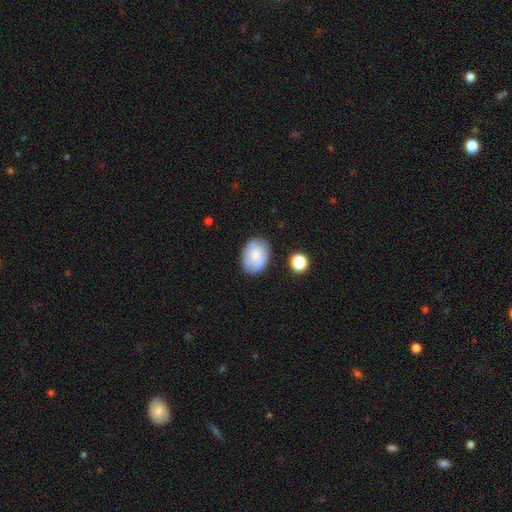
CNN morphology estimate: smooth-or-featured: smooth: 73% | featured or disk: 19% | star or artifact: 8%
  how-rounded: in between: 73% | round: 26% | cigar-shaped: 1%
  merging: none: 76% | minor disturbance: 17% | major disturbance: 4% | merger: 3%